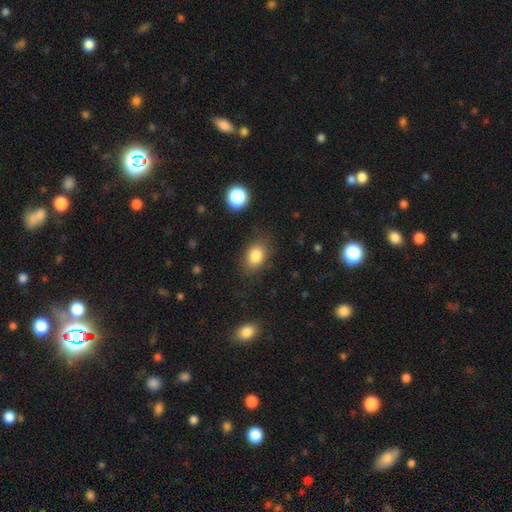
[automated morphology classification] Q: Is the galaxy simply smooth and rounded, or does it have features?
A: smooth — 83%.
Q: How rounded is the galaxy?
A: in between — 76%.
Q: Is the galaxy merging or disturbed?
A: none — 79%.